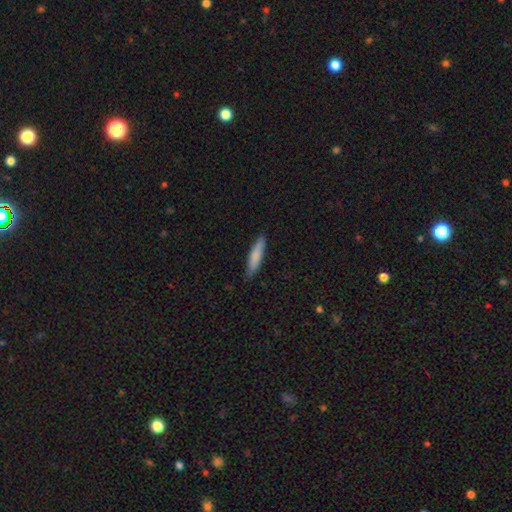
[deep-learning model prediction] smooth-or-featured: smooth: 79% | featured or disk: 15% | star or artifact: 6%
  how-rounded: cigar-shaped: 85% | in between: 14% | round: 1%
  merging: none: 82% | minor disturbance: 14% | major disturbance: 2% | merger: 1%